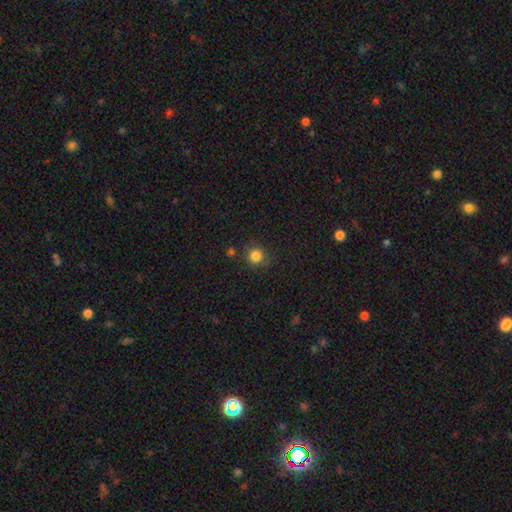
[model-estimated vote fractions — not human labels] Smooth or featured? Predicted: smooth (p=0.82). How rounded? Predicted: round (p=0.89). Merging? Predicted: none (p=0.80).